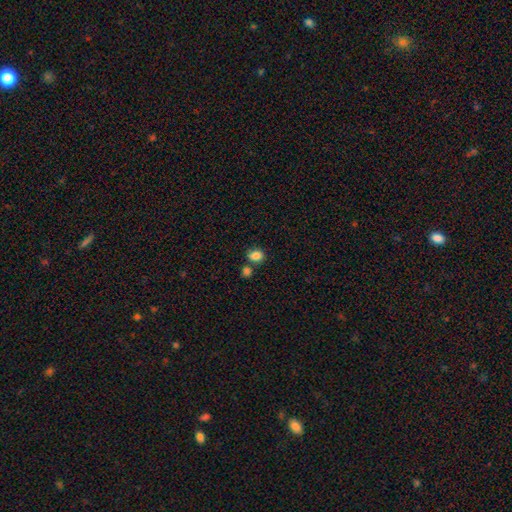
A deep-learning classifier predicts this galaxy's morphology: type=smooth (85%); roundness=round (53%); merging=none (60%).